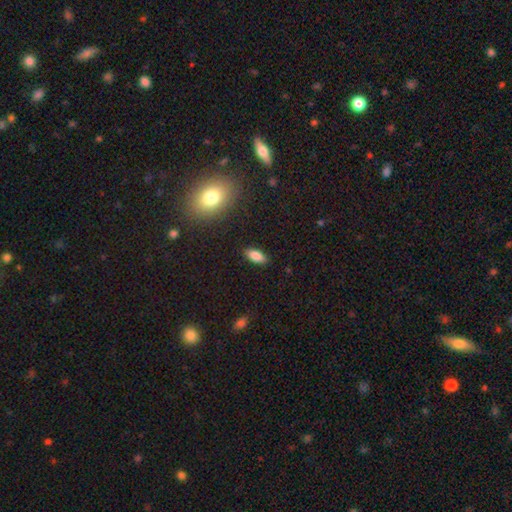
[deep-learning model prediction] smooth_or_featured: smooth (p=0.85) [alt: star or artifact p=0.08]
how_rounded: in between (p=0.85) [alt: cigar-shaped p=0.13]
merging: none (p=0.88) [alt: minor disturbance p=0.08]